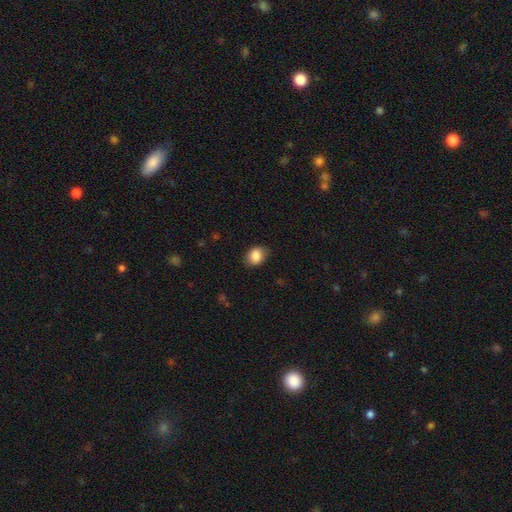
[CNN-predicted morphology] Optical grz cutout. It shows a smooth galaxy with no disk features (87%) that is in between round and cigar-shaped (56%). Merging: none (82%).